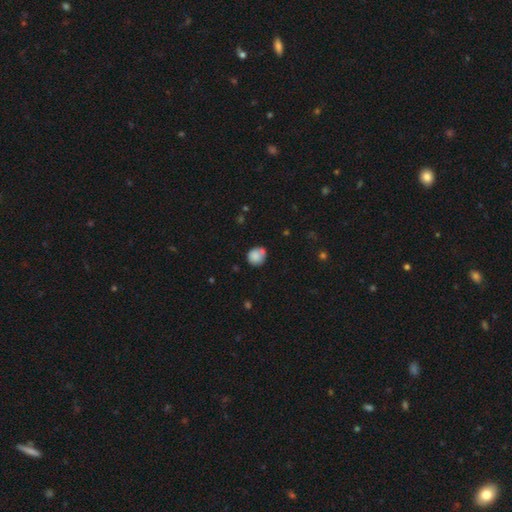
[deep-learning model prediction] Morphology: type=smooth (83%); roundness=round (83%); merging=none (60%).